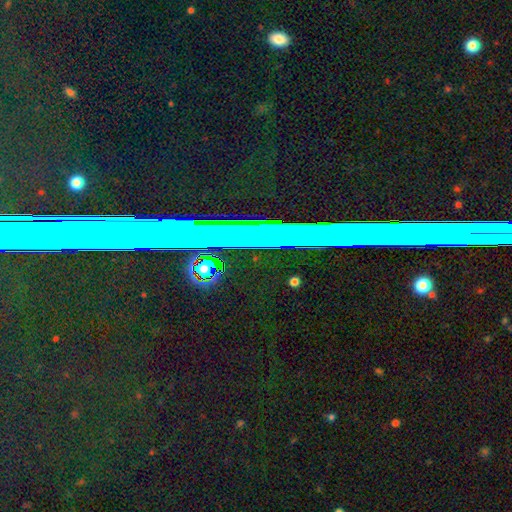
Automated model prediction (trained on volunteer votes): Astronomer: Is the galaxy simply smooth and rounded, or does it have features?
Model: star or artifact — 76%.